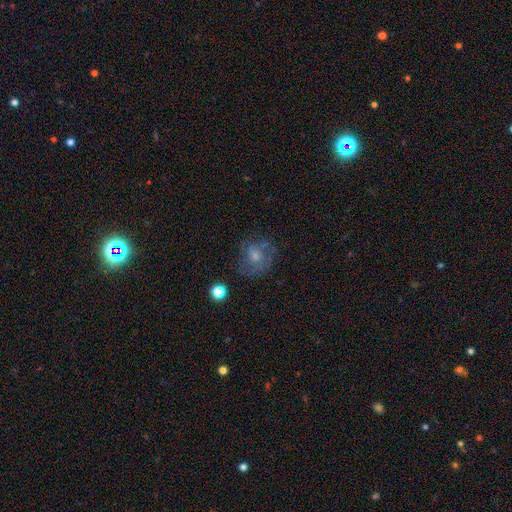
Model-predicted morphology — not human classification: smooth_or_featured: featured or disk (p=0.46) [alt: smooth p=0.42]
merging: none (p=0.56) [alt: minor disturbance p=0.22]